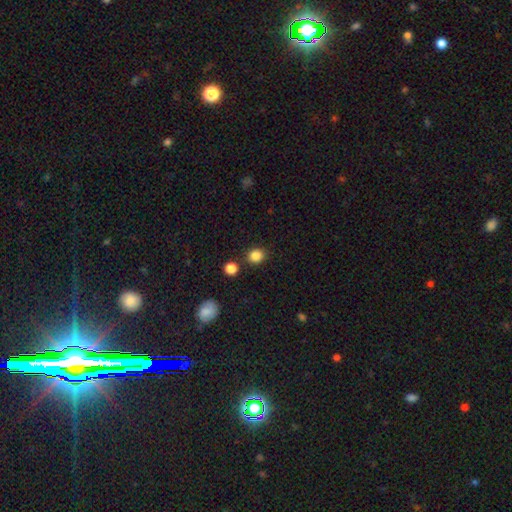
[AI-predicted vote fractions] Smooth or featured? Predicted: smooth (p=0.84). How rounded? Predicted: round (p=0.75). Merging? Predicted: none (p=0.82).